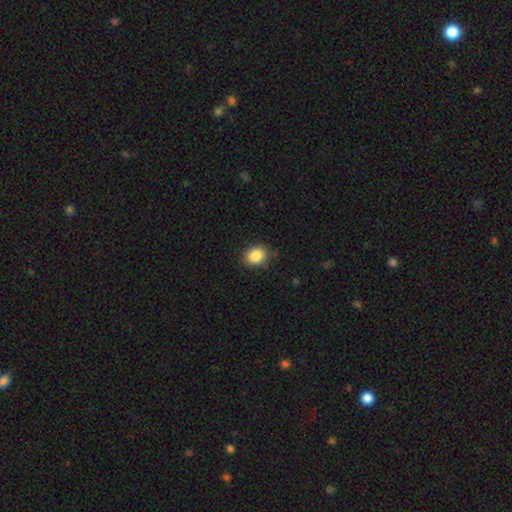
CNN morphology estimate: smooth-or-featured: smooth: 87% | star or artifact: 9% | featured or disk: 4%
  how-rounded: round: 52% | in between: 47% | cigar-shaped: 1%
  merging: none: 85% | minor disturbance: 11% | major disturbance: 2% | merger: 1%